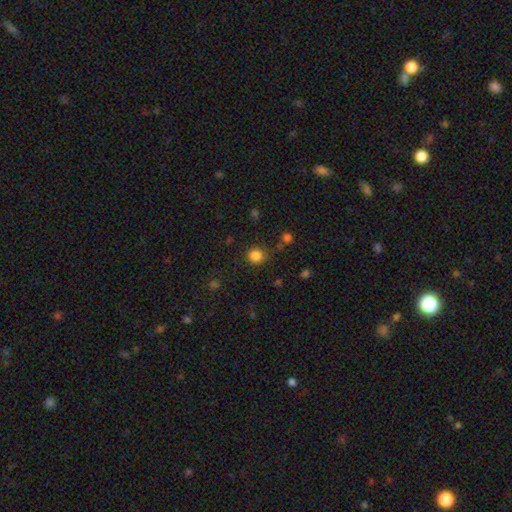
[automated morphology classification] smooth_or_featured: smooth (p=0.83) [alt: star or artifact p=0.13]
how_rounded: round (p=0.87) [alt: in between p=0.12]
merging: none (p=0.82) [alt: minor disturbance p=0.11]